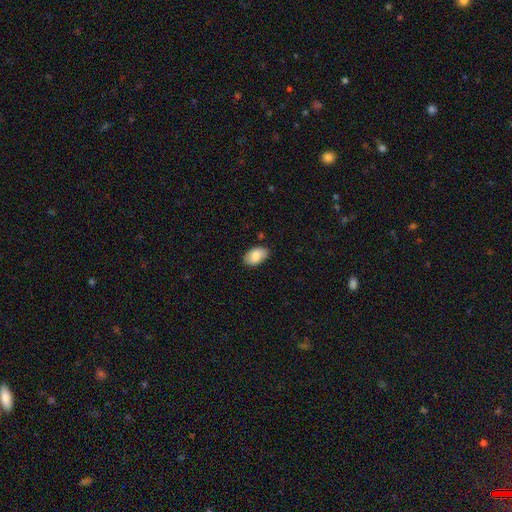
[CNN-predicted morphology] A smooth galaxy with no disk features (84%) that is in between round and cigar-shaped (93%).

Vote fractions:
- Smooth or featured? smooth: 84% / featured or disk: 10% / star or artifact: 6%
- How rounded? in between: 93% / round: 6% / cigar-shaped: 1%
- Merging? none: 83% / minor disturbance: 14% / major disturbance: 2% / merger: 1%